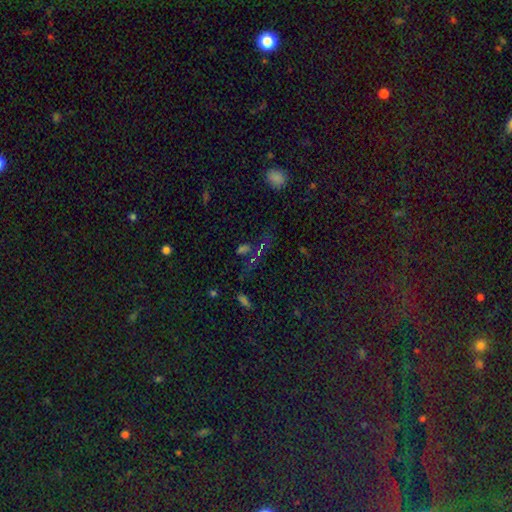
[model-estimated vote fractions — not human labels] star or artifact 60%, smooth 25%, featured or disk 15%.